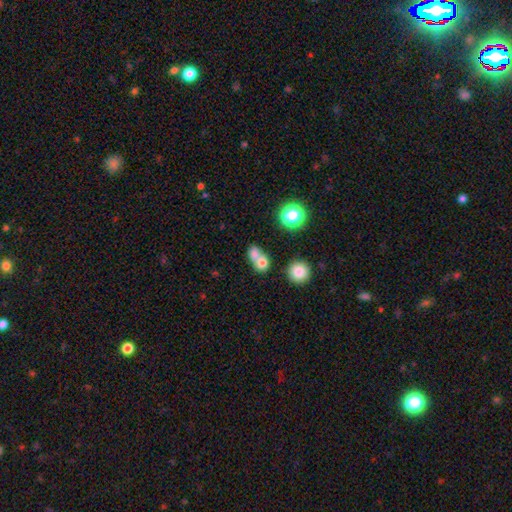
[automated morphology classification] Overall: smooth (71%). How rounded: round (68%; in between 31%). Merging: merger (62%; none 28%).